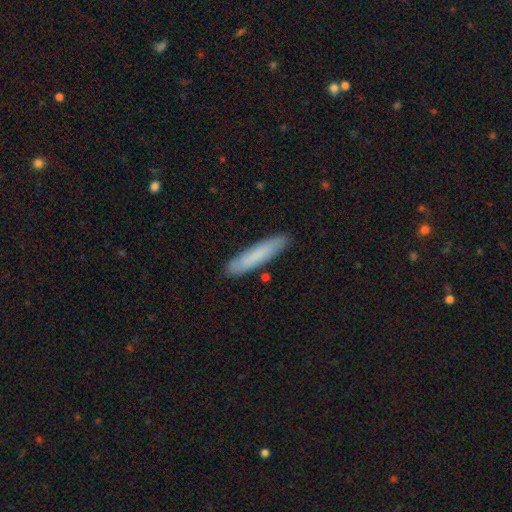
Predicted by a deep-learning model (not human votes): Smooth or featured? smooth (76%)
How rounded? cigar-shaped (87%)
Merging? none (87%)